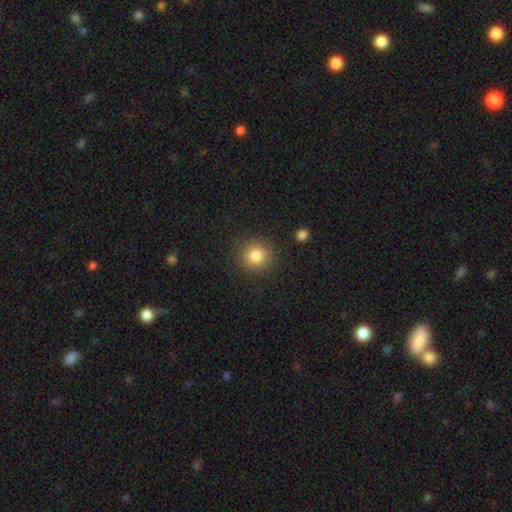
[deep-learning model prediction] Q: Smooth or featured?
A: smooth (84%); runner-up: star or artifact (10%)
Q: How rounded?
A: round (93%); runner-up: in between (7%)
Q: Merging?
A: none (88%); runner-up: minor disturbance (7%)